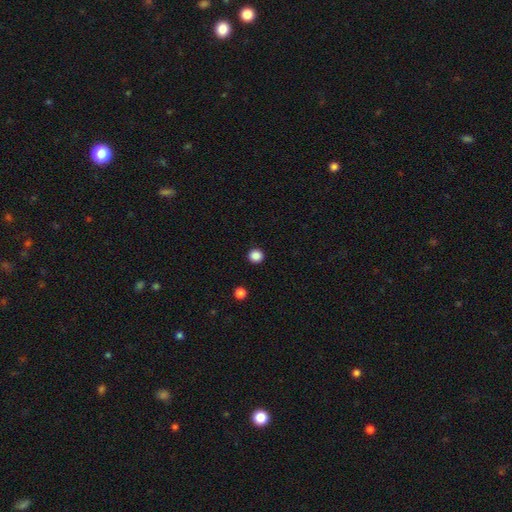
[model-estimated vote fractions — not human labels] smooth 87%, star or artifact 11%, featured or disk 3%. Down the decision tree: how rounded — round (93%); merging — none (93%).